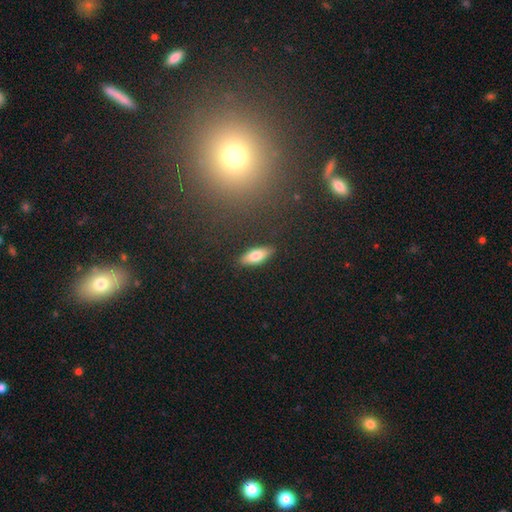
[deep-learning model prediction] This appears to be a smooth galaxy with no disk features (75%) that is in between round and cigar-shaped (69%). Merging: none (88%).